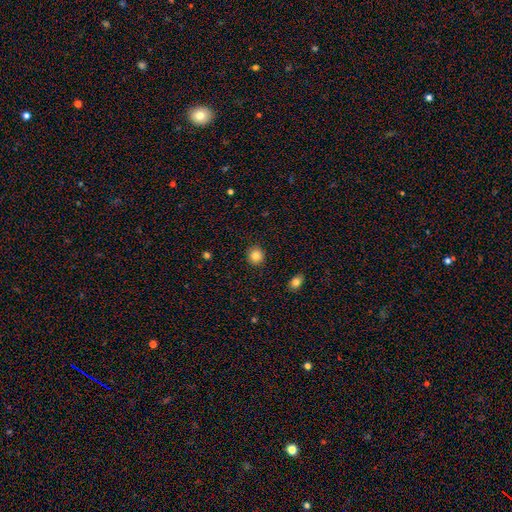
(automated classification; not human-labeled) Q: Smooth or featured?
A: smooth (85%); runner-up: star or artifact (10%)
Q: How rounded?
A: round (89%); runner-up: in between (10%)
Q: Merging?
A: none (91%); runner-up: minor disturbance (6%)